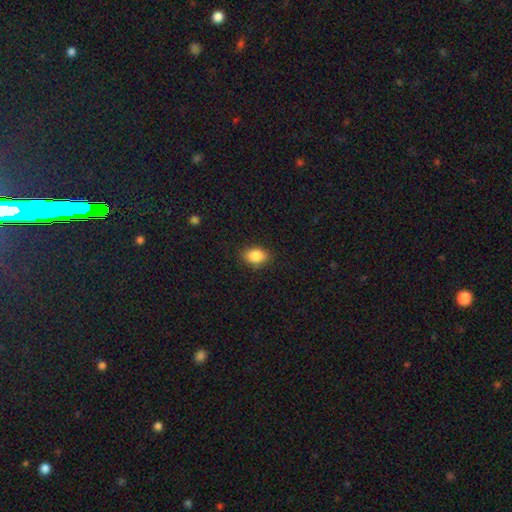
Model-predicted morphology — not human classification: type=smooth (87%); roundness=in between (77%); merging=none (87%).